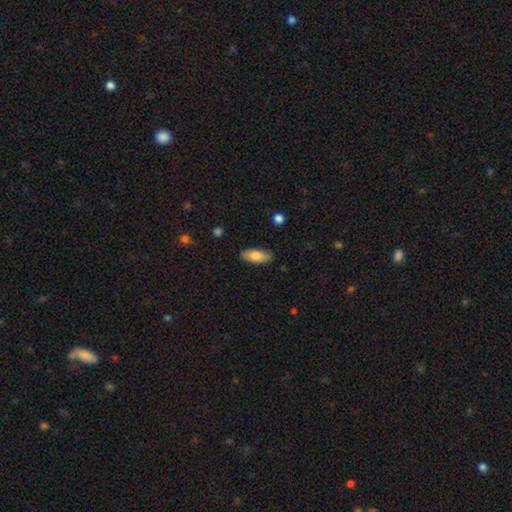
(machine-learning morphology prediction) A smooth galaxy with no disk features (79%) that is in between round and cigar-shaped (83%). Merging: none (87%).